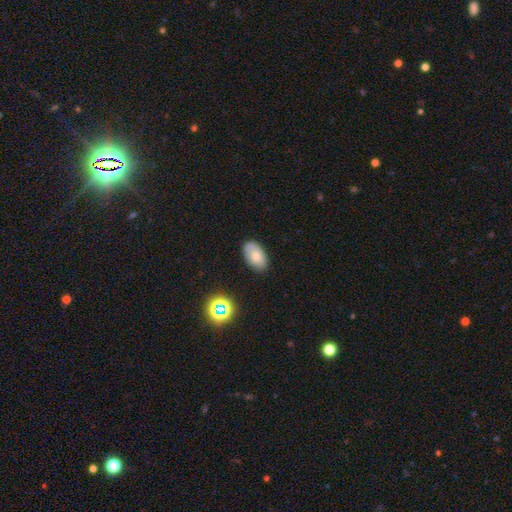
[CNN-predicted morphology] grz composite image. It shows a smooth galaxy with no disk features (69%) that is in between round and cigar-shaped (92%). Merging: none (80%).